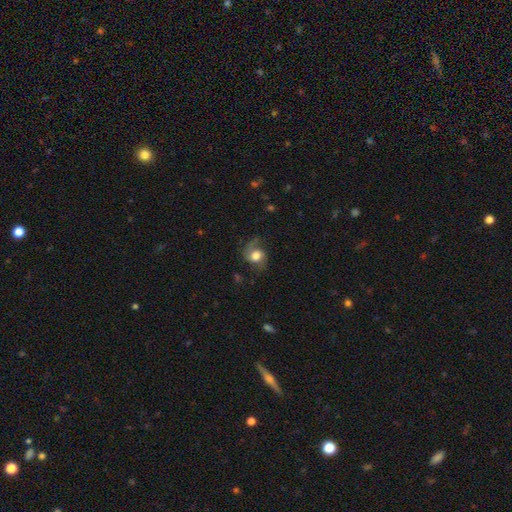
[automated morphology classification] Smooth or featured? Predicted: featured or disk (p=0.50). Merging? Predicted: none (p=0.55).